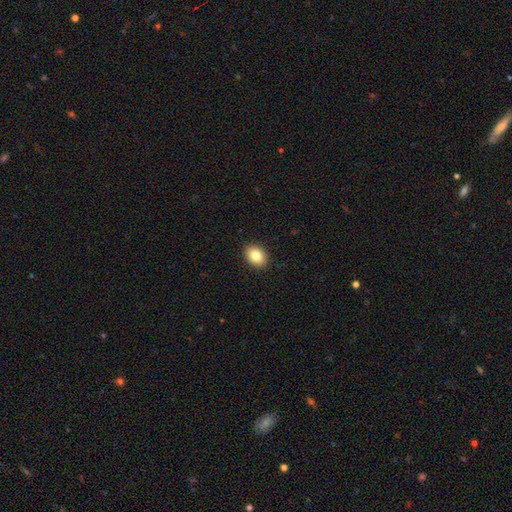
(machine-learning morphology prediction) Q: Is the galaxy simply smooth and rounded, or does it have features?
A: smooth — 83%.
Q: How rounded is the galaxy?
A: in between — 70%.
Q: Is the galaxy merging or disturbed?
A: none — 91%.